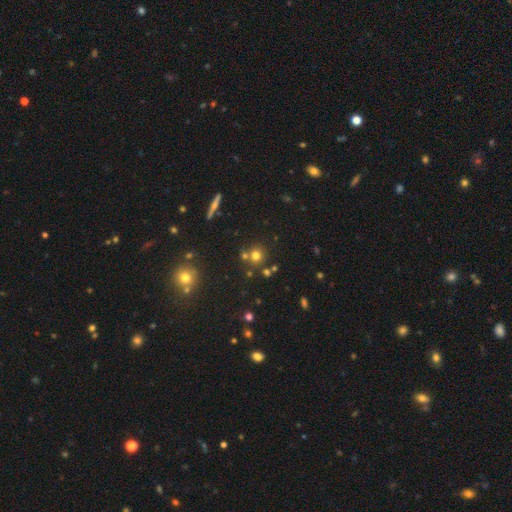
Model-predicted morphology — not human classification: smooth_or_featured: smooth (p=0.67) [alt: star or artifact p=0.21]
how_rounded: round (p=0.90) [alt: in between p=0.09]
merging: none (p=0.68) [alt: merger p=0.20]